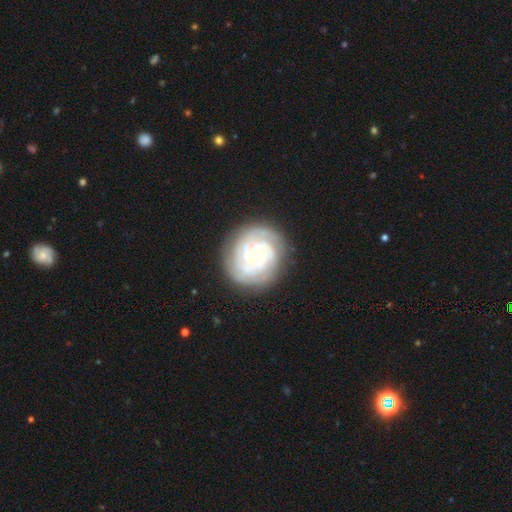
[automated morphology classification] Smooth or featured? featured or disk (86%)
Edge-on disk? no (98%)
Bar? no (62%)
Spiral arms? yes (97%)
Spiral winding? tight (79%)
Spiral arm count? 3 (25%, tied with can't tell)
Bulge size? small (67%)
Merging? none (82%)